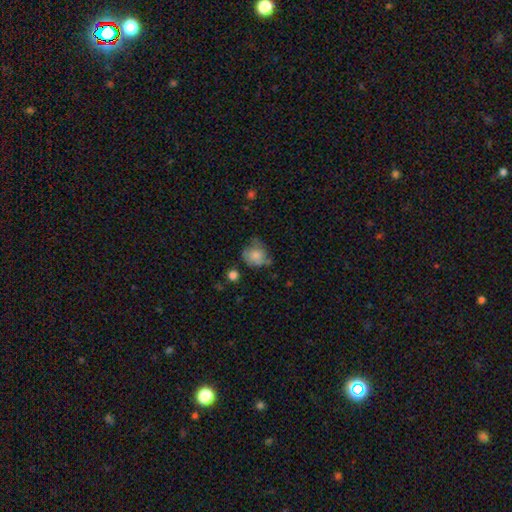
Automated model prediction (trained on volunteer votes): Smooth or featured: smooth — 72% (featured or disk — 19%)
How rounded: round — 69% (in between — 30%)
Merging: none — 42% (minor disturbance — 33%)